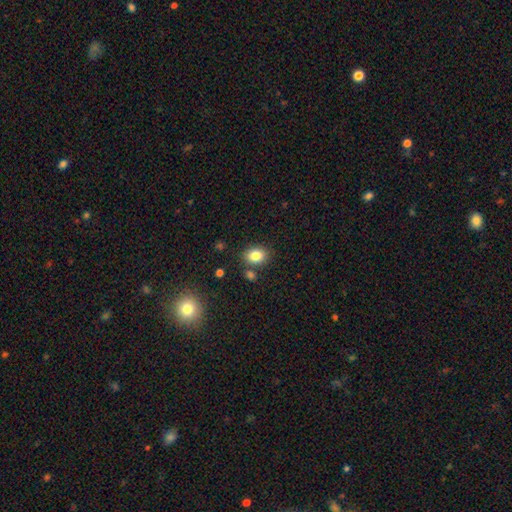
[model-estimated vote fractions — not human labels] This is clearly a smooth galaxy (84%). How rounded: likely in between (67%). Merging: likely none (77%).